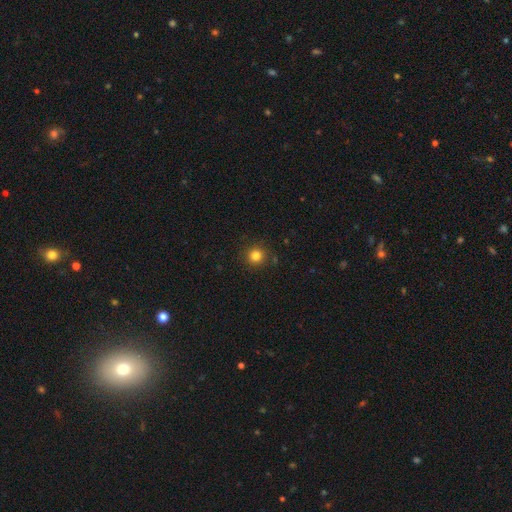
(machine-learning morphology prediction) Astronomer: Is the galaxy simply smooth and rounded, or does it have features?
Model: smooth — 81%.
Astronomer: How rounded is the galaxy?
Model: round — 94%.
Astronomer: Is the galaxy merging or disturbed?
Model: none — 90%.